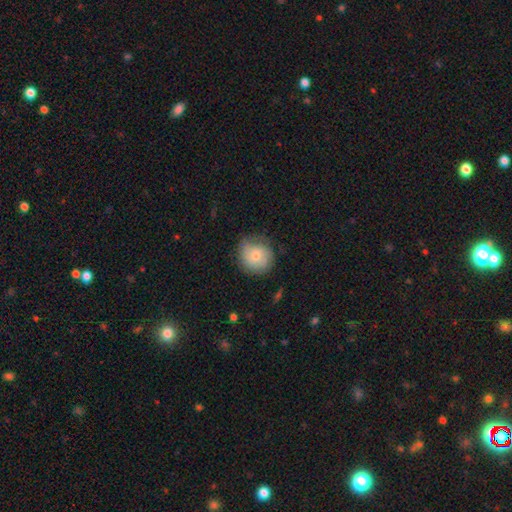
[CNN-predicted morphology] Smooth or featured?
  - smooth: 67% *
  - featured or disk: 26%
  - star or artifact: 8%
How rounded?
  - round: 85% *
  - in between: 14%
  - cigar-shaped: 1%
Merging?
  - none: 69% *
  - minor disturbance: 24%
  - major disturbance: 6%
  - merger: 1%